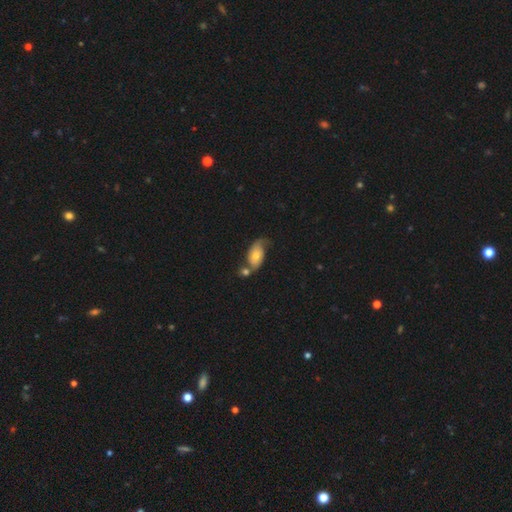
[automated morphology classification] A smooth galaxy with no disk features (58%) that is in between round and cigar-shaped (91%).

Vote fractions:
- Smooth or featured? smooth: 58% / featured or disk: 35% / star or artifact: 7%
- How rounded? in between: 91% / round: 6% / cigar-shaped: 4%
- Merging? none: 33% / merger: 30% / minor disturbance: 23% / major disturbance: 13%